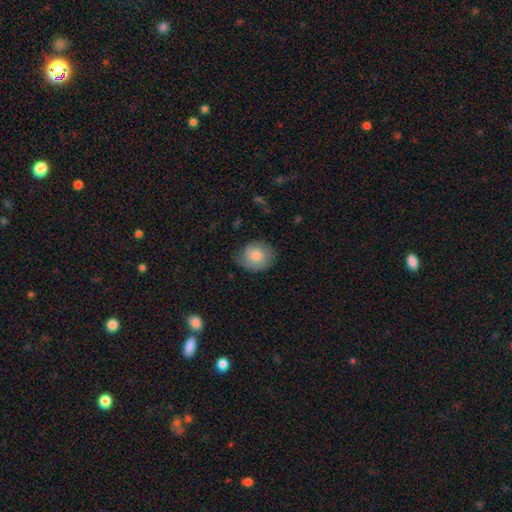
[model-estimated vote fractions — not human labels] A smooth galaxy with no disk features (74%) that is round (73%). Merging: none (67%).